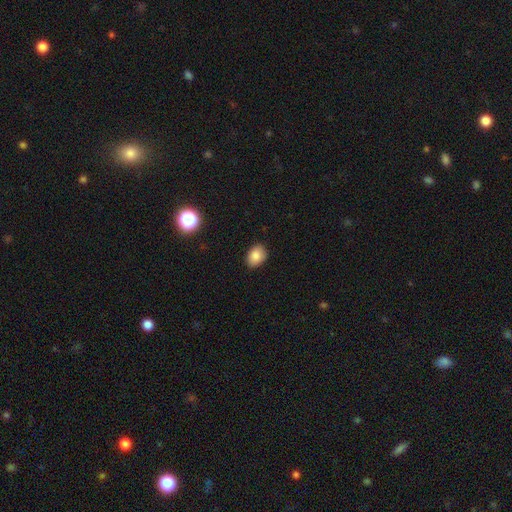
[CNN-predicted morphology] smooth 85%, star or artifact 9%, featured or disk 6%. Down the decision tree: how rounded — in between (72%); merging — none (87%).